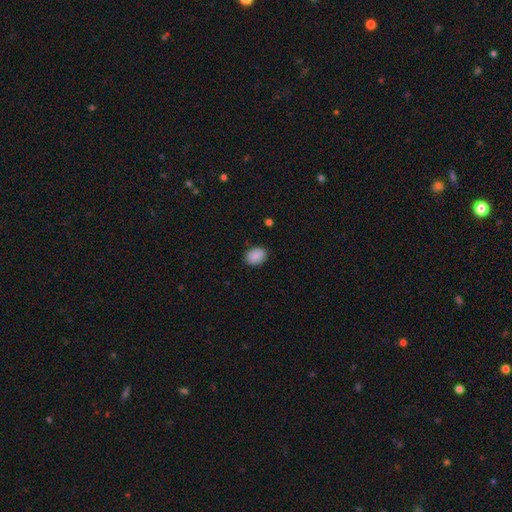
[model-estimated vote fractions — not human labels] Smooth or featured? smooth (89%)
How rounded? in between (58%)
Merging? none (87%)